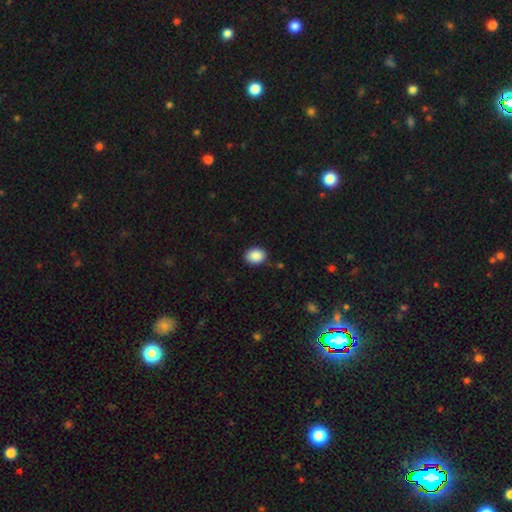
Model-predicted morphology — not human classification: A smooth galaxy with no disk features (89%) that is in between round and cigar-shaped (53%).

Vote fractions:
- Smooth or featured? smooth: 89% / star or artifact: 8% / featured or disk: 3%
- How rounded? in between: 53% / round: 46% / cigar-shaped: 1%
- Merging? none: 86% / minor disturbance: 10% / major disturbance: 2% / merger: 1%